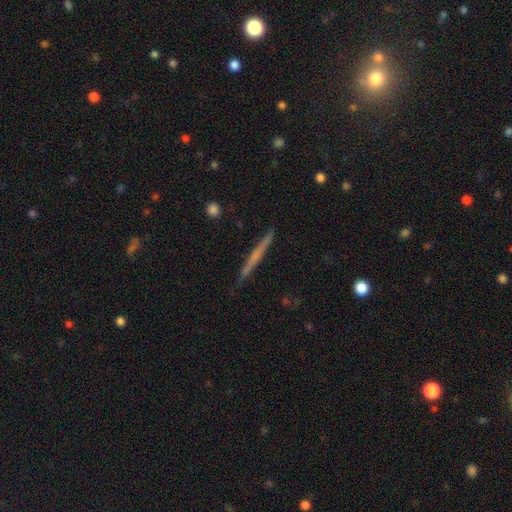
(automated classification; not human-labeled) A featured or disk galaxy (53%) viewed edge-on (97%) with no central bulge (77%).

Vote fractions:
- Smooth or featured? featured or disk: 53% / smooth: 40% / star or artifact: 7%
- Edge-on disk? yes: 97% / no: 3%
- Edge-on bulge? none: 77% / rounded: 17% / boxy: 6%
- Merging? none: 89% / minor disturbance: 8% / major disturbance: 1% / merger: 1%